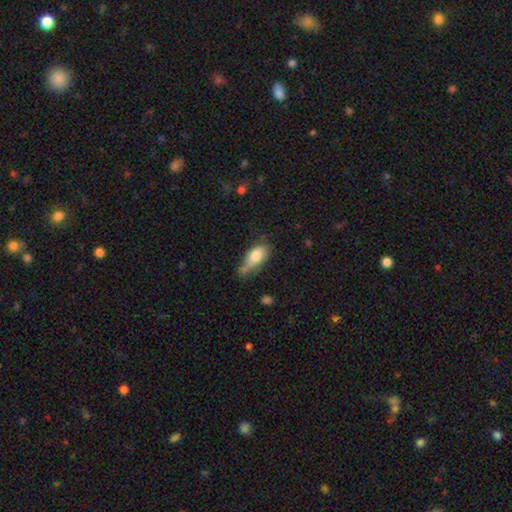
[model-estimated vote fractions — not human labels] A smooth galaxy with no disk features (75%) that is in between round and cigar-shaped (83%). Merging: none (37%).